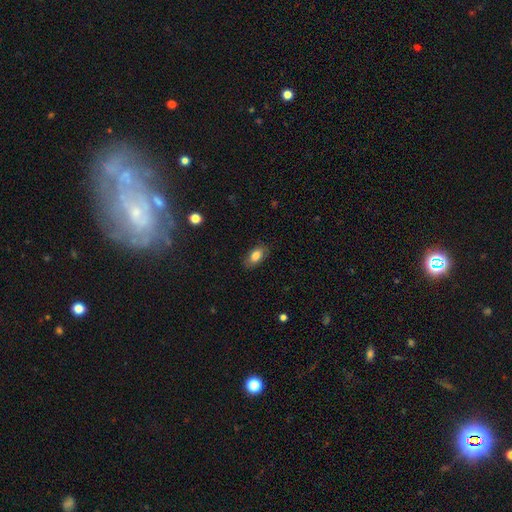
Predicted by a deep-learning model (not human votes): This is clearly a smooth galaxy (81%). How rounded: clearly in between (90%). Merging: clearly none (84%).